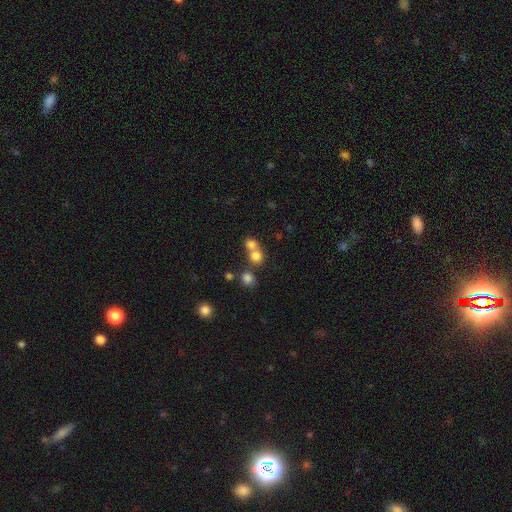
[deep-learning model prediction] Smooth or featured: smooth — 76% (star or artifact — 14%)
How rounded: round — 81% (in between — 18%)
Merging: merger — 51% (none — 40%)